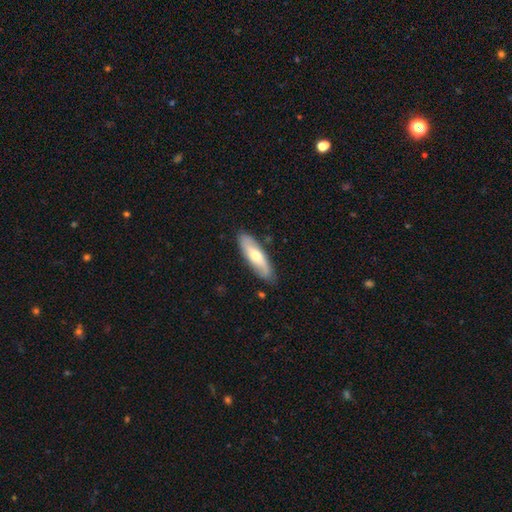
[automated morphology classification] smooth-or-featured: smooth: 52% | featured or disk: 43% | star or artifact: 5%
  how-rounded: cigar-shaped: 52% | in between: 46% | round: 2%
  merging: none: 84% | minor disturbance: 12% | major disturbance: 2% | merger: 2%